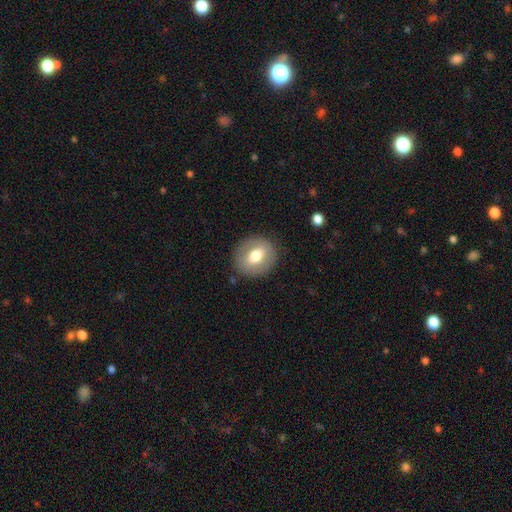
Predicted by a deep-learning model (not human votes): smooth 62%, featured or disk 30%, star or artifact 7%. Down the decision tree: how rounded — round (71%); merging — none (85%).